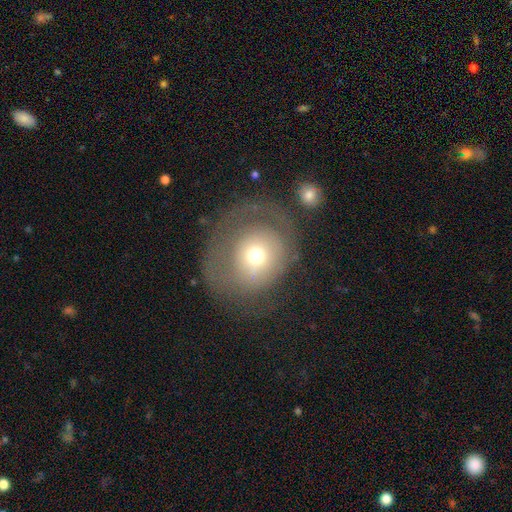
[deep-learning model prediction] Morphology: type=smooth (49%); merging=none (47%).